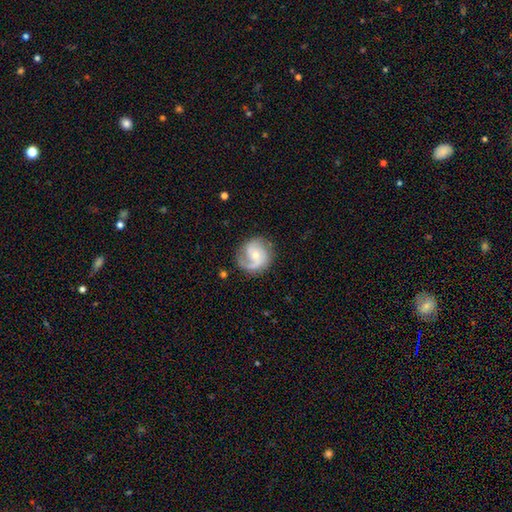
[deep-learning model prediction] Smooth or featured? featured or disk (79%)
Edge-on disk? no (98%)
Bar? no (64%)
Spiral arms? yes (95%)
Spiral winding? medium (48%)
Spiral arm count? 2 (58%)
Bulge size? small (52%)
Merging? none (72%)